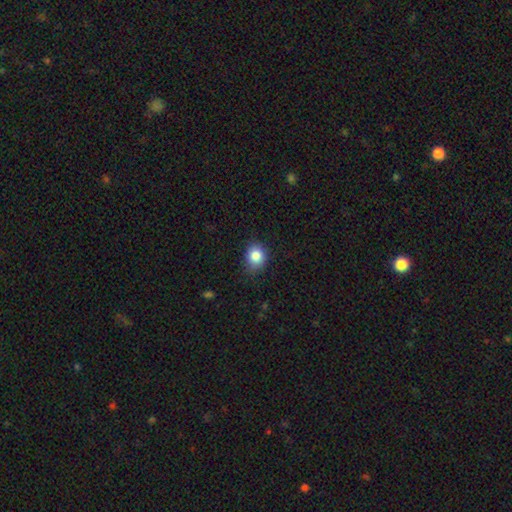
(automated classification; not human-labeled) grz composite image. It shows a smooth galaxy with no disk features (84%) that is round (65%). Merging: none (79%).